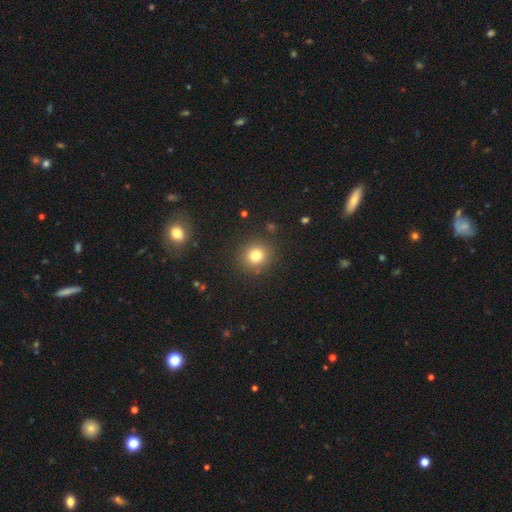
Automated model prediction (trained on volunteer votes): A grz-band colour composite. It shows a smooth galaxy with no disk features (80%) that is round (89%). Merging: none (88%).